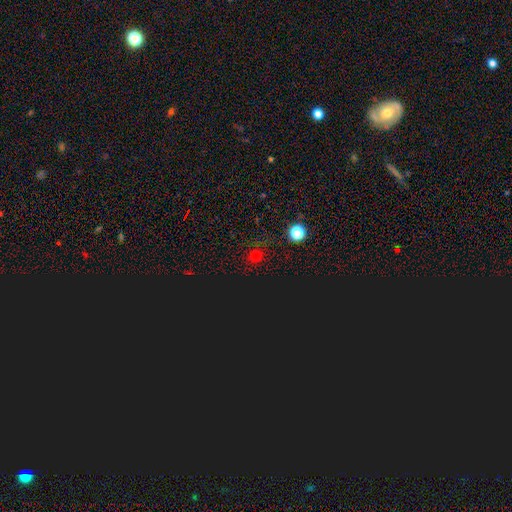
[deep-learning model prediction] Q: Smooth or featured?
A: smooth (56%); runner-up: star or artifact (38%)
Q: How rounded?
A: round (89%); runner-up: in between (9%)
Q: Merging?
A: none (84%); runner-up: minor disturbance (10%)